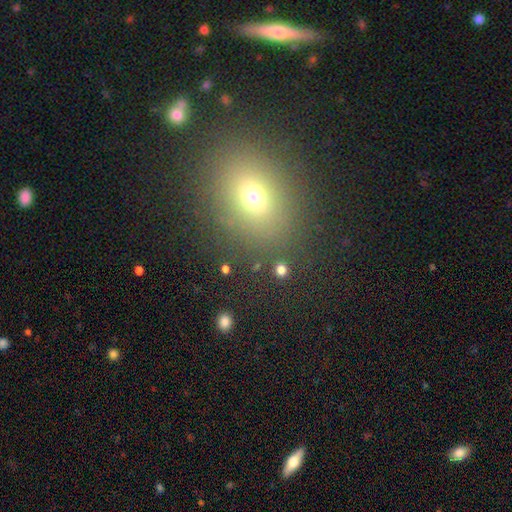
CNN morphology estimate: Overall: smooth (65%). How rounded: in between (56%; round 42%). Merging: none (85%).